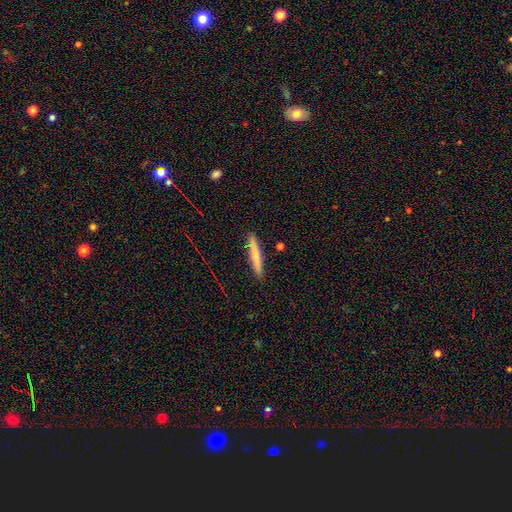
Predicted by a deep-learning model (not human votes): Smooth or featured?
  - smooth: 69% *
  - featured or disk: 24%
  - star or artifact: 7%
How rounded?
  - cigar-shaped: 93% *
  - in between: 6%
  - round: 2%
Merging?
  - none: 88% *
  - minor disturbance: 8%
  - merger: 2%
  - major disturbance: 2%